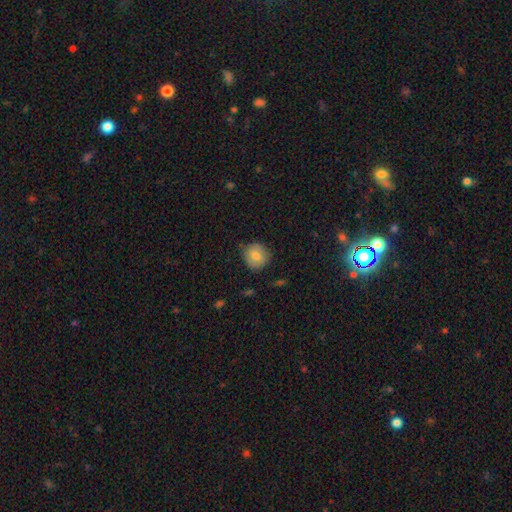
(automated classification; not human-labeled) Q: Smooth or featured?
A: smooth (77%); runner-up: featured or disk (15%)
Q: How rounded?
A: round (86%); runner-up: in between (13%)
Q: Merging?
A: none (79%); runner-up: minor disturbance (16%)